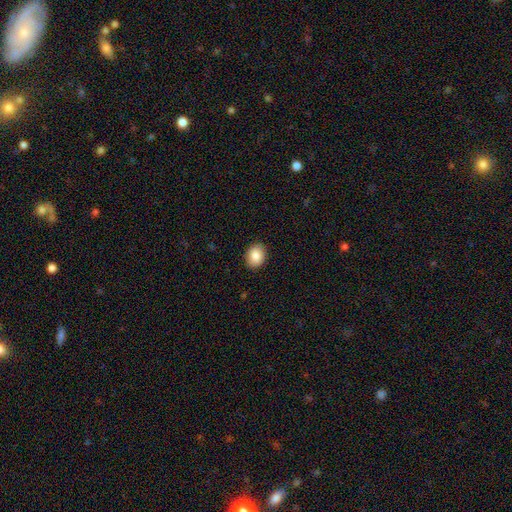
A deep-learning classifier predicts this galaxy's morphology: Overall: smooth (87%). How rounded: in between (58%; round 41%). Merging: none (89%).